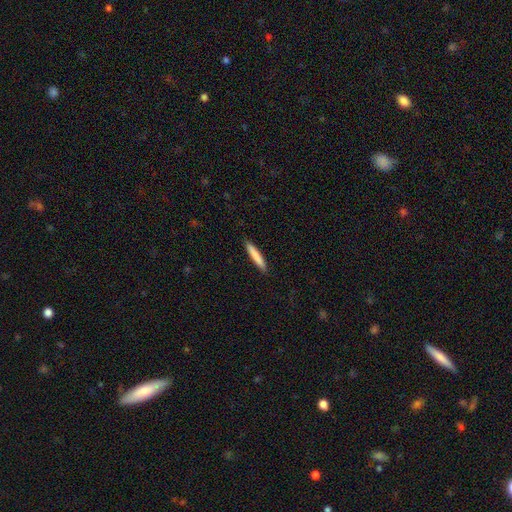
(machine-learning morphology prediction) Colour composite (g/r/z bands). It shows a smooth galaxy with no disk features (82%) that is cigar-shaped (94%). Merging: none (92%).